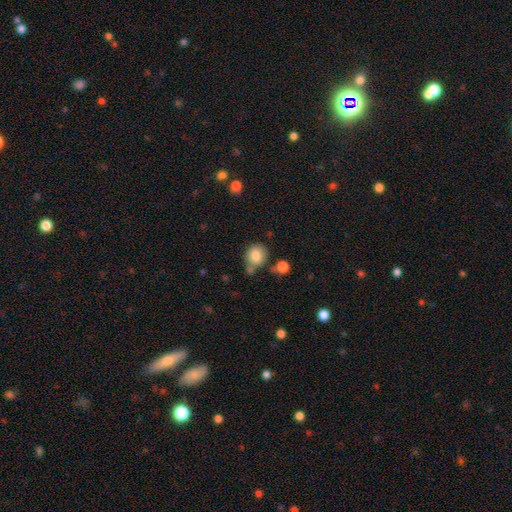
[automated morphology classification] A smooth galaxy with no disk features (83%) that is round (74%).

Vote fractions:
- Smooth or featured? smooth: 83% / star or artifact: 9% / featured or disk: 8%
- How rounded? round: 74% / in between: 25% / cigar-shaped: 1%
- Merging? none: 59% / minor disturbance: 19% / merger: 15% / major disturbance: 6%